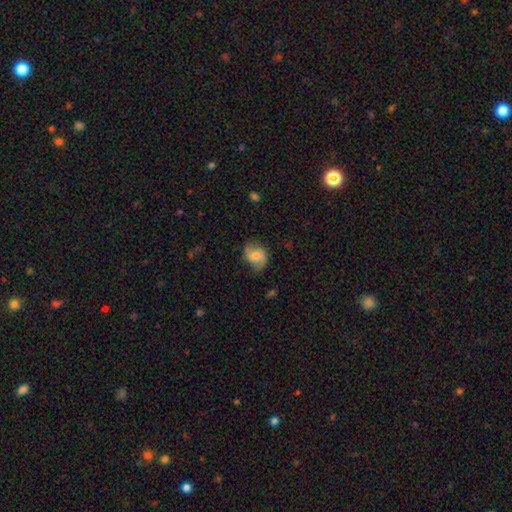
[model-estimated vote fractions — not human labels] Smooth or featured? featured or disk (58%)
Edge-on disk? no (97%)
Bar? no (49%)
Spiral arms? yes (91%)
Spiral winding? loose (47%)
Spiral arm count? 2 (86%)
Bulge size? moderate (44%)
Merging? none (69%)